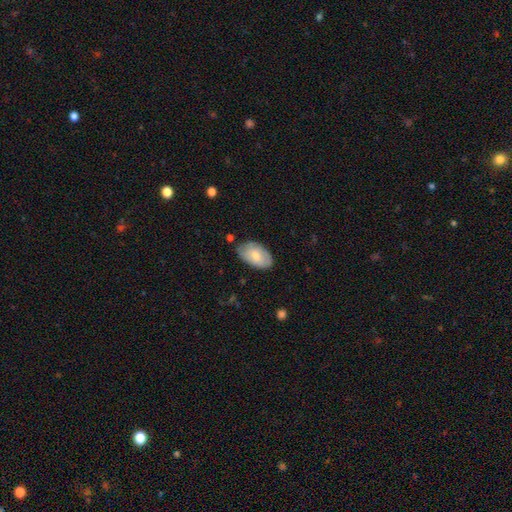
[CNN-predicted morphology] Smooth or featured?
  - smooth: 71% *
  - featured or disk: 23%
  - star or artifact: 6%
How rounded?
  - in between: 94% *
  - round: 4%
  - cigar-shaped: 1%
Merging?
  - none: 72% *
  - minor disturbance: 22%
  - major disturbance: 4%
  - merger: 2%